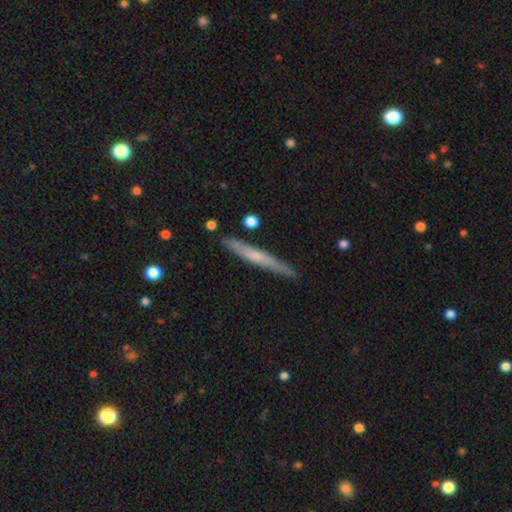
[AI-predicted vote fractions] smooth 48%, featured or disk 47%, star or artifact 6%. Down the decision tree: merging — none (87%).